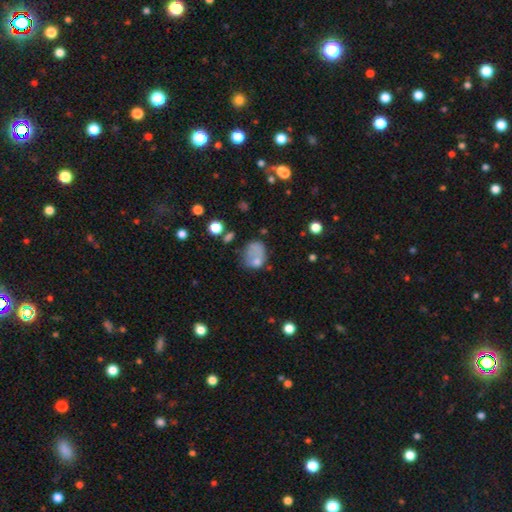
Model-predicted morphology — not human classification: smooth-or-featured: smooth: 68% | featured or disk: 19% | star or artifact: 13%
  how-rounded: in between: 51% | round: 48% | cigar-shaped: 1%
  merging: none: 34% | major disturbance: 27% | minor disturbance: 24% | merger: 15%